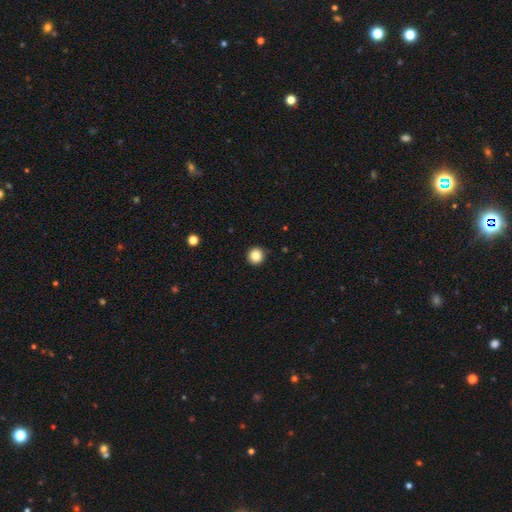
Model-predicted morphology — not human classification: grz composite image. It shows a smooth galaxy with no disk features (86%) that is round (95%). Merging: none (93%).